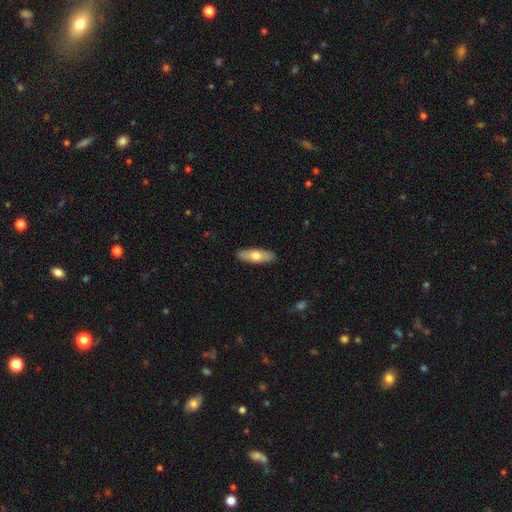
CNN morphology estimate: A smooth galaxy with no disk features (64%) that is in between round and cigar-shaped (59%).

Vote fractions:
- Smooth or featured? smooth: 64% / featured or disk: 31% / star or artifact: 5%
- How rounded? in between: 59% / cigar-shaped: 38% / round: 3%
- Merging? none: 90% / minor disturbance: 8% / major disturbance: 2% / merger: 1%